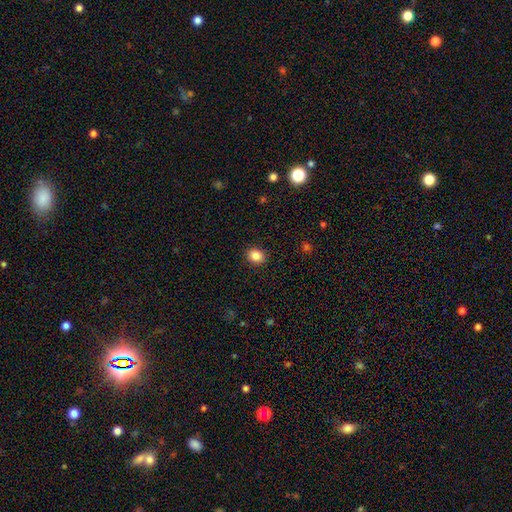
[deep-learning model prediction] Smooth or featured? Predicted: smooth (p=0.86). How rounded? Predicted: round (p=0.56). Merging? Predicted: none (p=0.90).